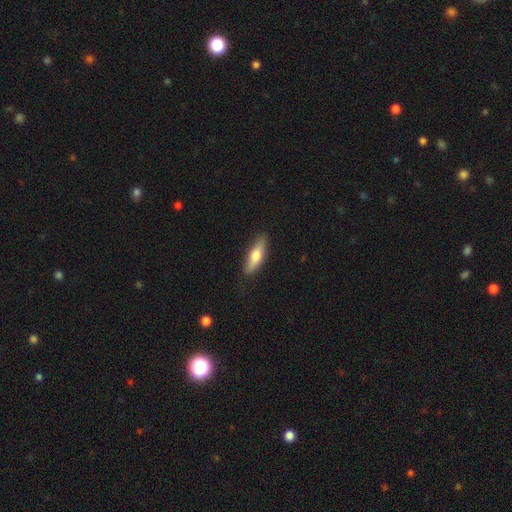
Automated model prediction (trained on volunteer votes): smooth 62%, featured or disk 33%, star or artifact 6%. Down the decision tree: how rounded — cigar-shaped (59%); merging — none (86%).